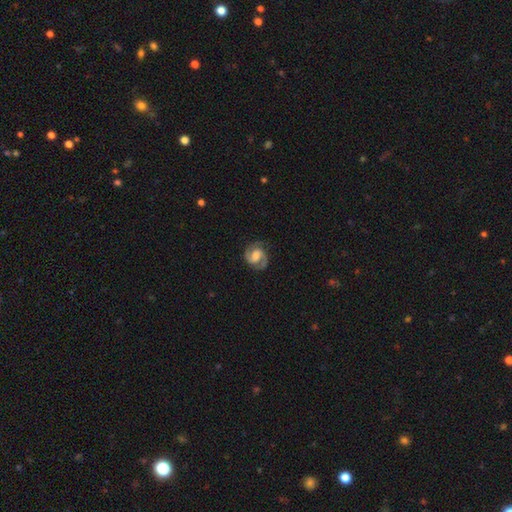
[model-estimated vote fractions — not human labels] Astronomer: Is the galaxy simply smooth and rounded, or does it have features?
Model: featured or disk — 86%.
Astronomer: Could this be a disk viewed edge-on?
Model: no — 98%.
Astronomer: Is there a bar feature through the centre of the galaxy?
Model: weak — 49% (runner-up: no, 36%).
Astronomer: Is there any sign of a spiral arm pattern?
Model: yes — 98%.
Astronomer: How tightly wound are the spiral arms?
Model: medium — 54% (runner-up: tight, 32%).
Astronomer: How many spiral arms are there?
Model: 2 — 91%.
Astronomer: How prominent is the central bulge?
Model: moderate — 52%.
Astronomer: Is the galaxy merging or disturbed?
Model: none — 80%.